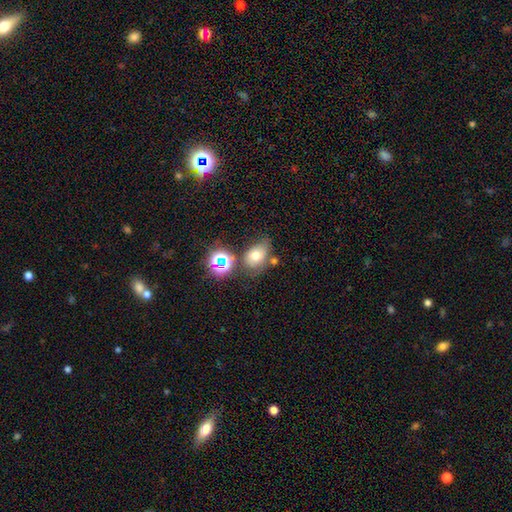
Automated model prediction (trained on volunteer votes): Smooth or featured? Predicted: smooth (p=0.64). How rounded? Predicted: in between (p=0.72). Merging? Predicted: none (p=0.54).